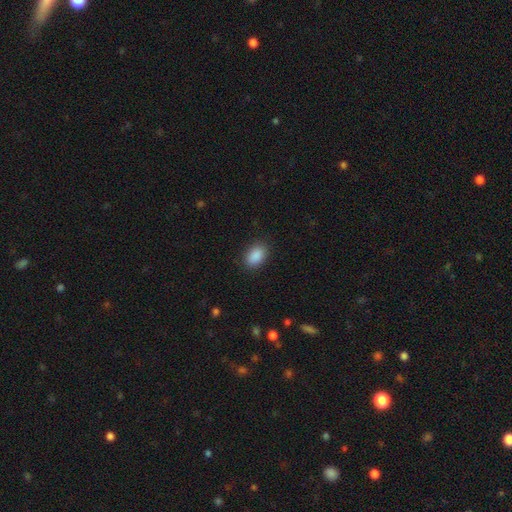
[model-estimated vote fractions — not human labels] Q: Smooth or featured?
A: smooth (89%); runner-up: star or artifact (8%)
Q: How rounded?
A: in between (87%); runner-up: round (11%)
Q: Merging?
A: none (87%); runner-up: minor disturbance (9%)